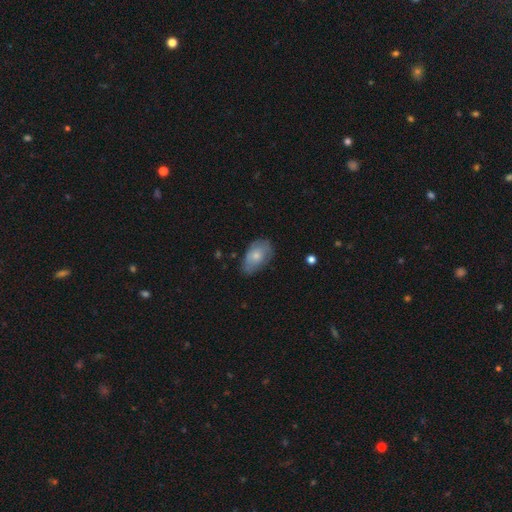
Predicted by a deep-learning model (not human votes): This is likely a smooth galaxy (62%). How rounded: clearly in between (90%). Merging: likely none (62%).